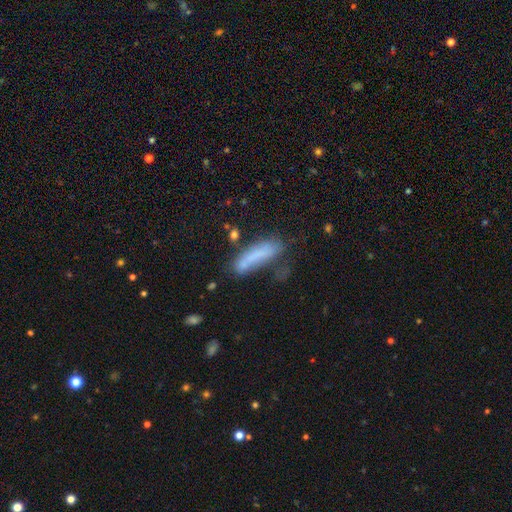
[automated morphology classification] The model was most divided on "merging": none: 43%, minor disturbance: 27%, major disturbance: 19%, merger: 12%. More confident: how rounded — cigar-shaped (72%); smooth or featured — smooth (68%).